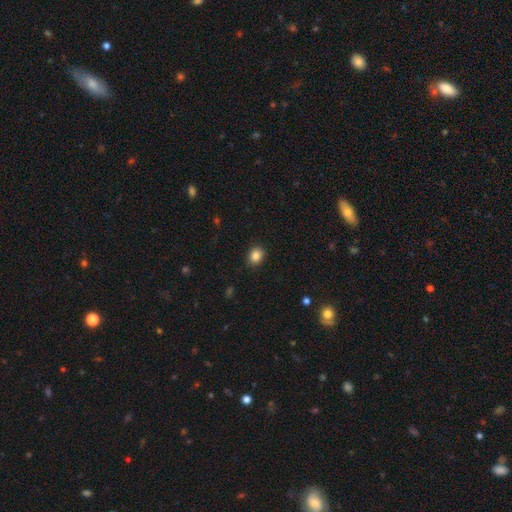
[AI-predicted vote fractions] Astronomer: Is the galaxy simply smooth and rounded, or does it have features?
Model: smooth — 85%.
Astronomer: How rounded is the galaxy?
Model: round — 60% (runner-up: in between, 39%).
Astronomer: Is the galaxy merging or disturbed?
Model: none — 89%.